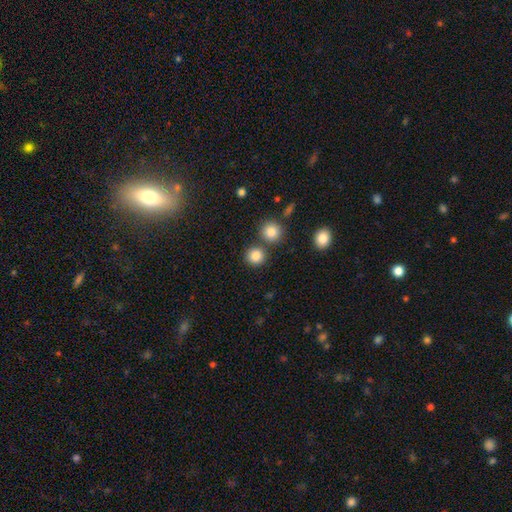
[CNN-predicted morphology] The model was most divided on "merging": none: 77%, merger: 13%, minor disturbance: 7%, major disturbance: 3%. More confident: how rounded — round (91%); smooth or featured — smooth (84%).